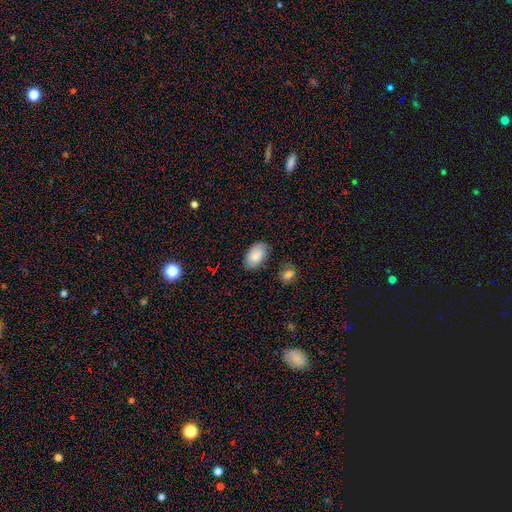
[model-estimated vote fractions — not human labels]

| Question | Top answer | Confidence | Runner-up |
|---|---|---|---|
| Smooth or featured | smooth | 80% | featured or disk (12%) |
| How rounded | in between | 93% | round (6%) |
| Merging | none | 78% | minor disturbance (16%) |